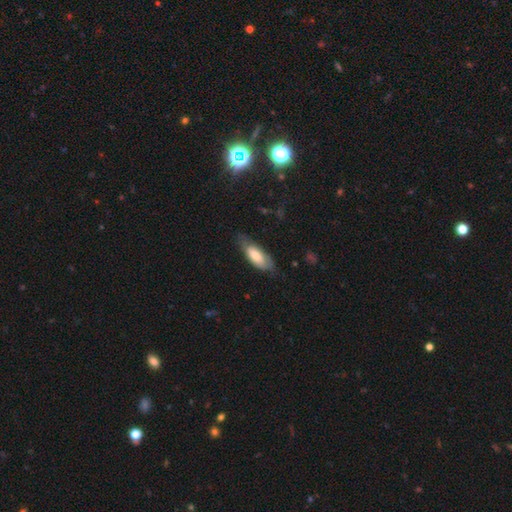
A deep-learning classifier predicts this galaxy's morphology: type=smooth (69%); roundness=in between (73%); merging=none (63%).